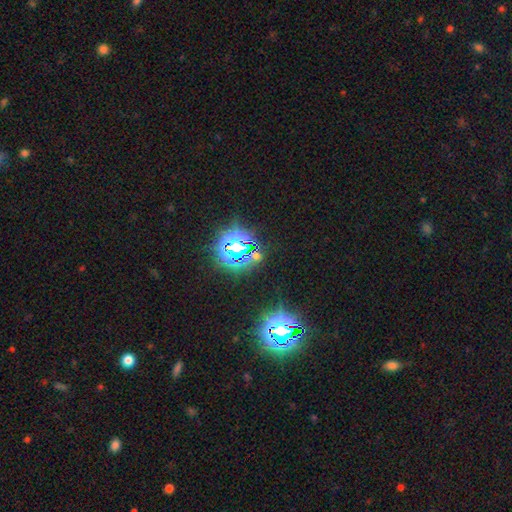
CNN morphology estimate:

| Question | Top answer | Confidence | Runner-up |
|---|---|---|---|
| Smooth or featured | star or artifact | 79% | smooth (13%) |